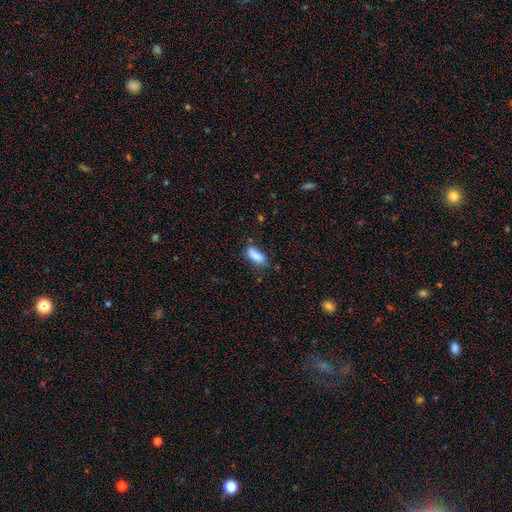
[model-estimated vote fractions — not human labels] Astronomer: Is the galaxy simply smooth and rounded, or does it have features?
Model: smooth — 84%.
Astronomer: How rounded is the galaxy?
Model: in between — 81%.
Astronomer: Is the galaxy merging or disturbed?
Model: none — 61%.